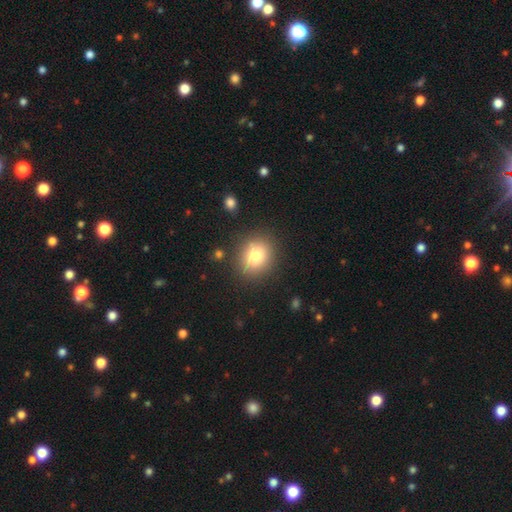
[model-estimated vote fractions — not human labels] Smooth or featured: smooth — 78% (star or artifact — 11%)
How rounded: round — 71% (in between — 28%)
Merging: none — 84% (minor disturbance — 10%)